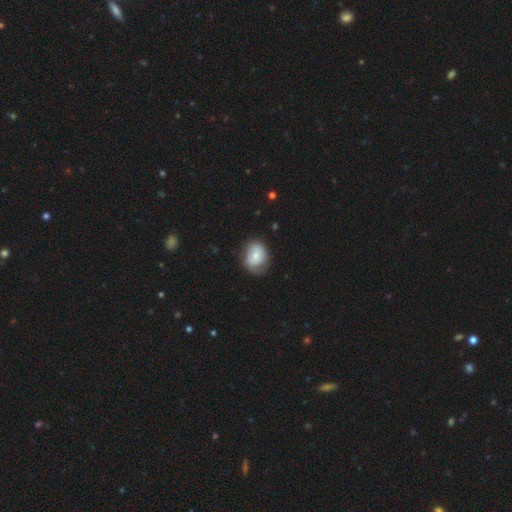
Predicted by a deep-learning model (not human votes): Smooth or featured? Predicted: smooth (p=0.61). How rounded? Predicted: round (p=0.54). Merging? Predicted: none (p=0.60).